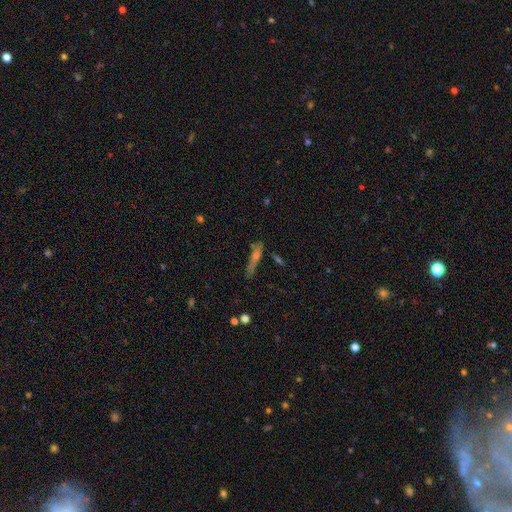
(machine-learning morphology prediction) A featured or disk galaxy (48%). Merging: none (64%).